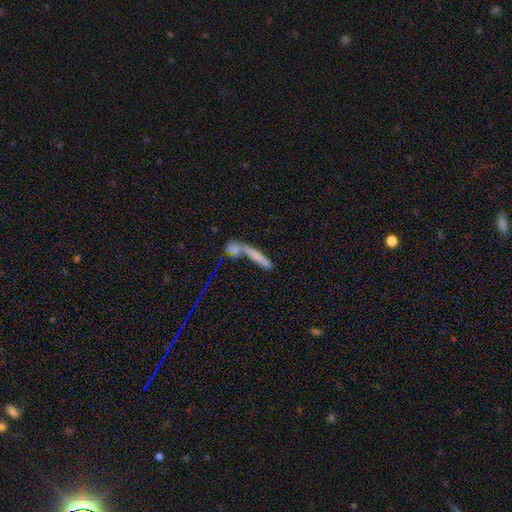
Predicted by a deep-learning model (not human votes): Q: Smooth or featured?
A: smooth (61%); runner-up: featured or disk (27%)
Q: How rounded?
A: cigar-shaped (87%); runner-up: in between (9%)
Q: Merging?
A: none (45%); runner-up: merger (39%)